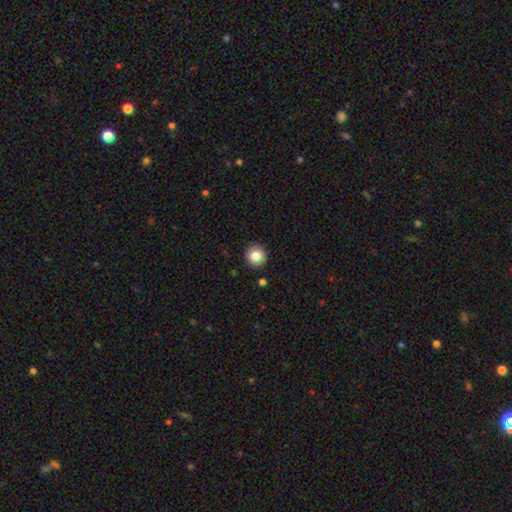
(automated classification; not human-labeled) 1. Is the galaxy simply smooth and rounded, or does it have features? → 84% smooth, 10% star or artifact, 7% featured or disk.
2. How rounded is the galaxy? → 94% round, 5% in between, 1% cigar-shaped.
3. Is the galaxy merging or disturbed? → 92% none, 5% minor disturbance, 2% major disturbance, 1% merger.